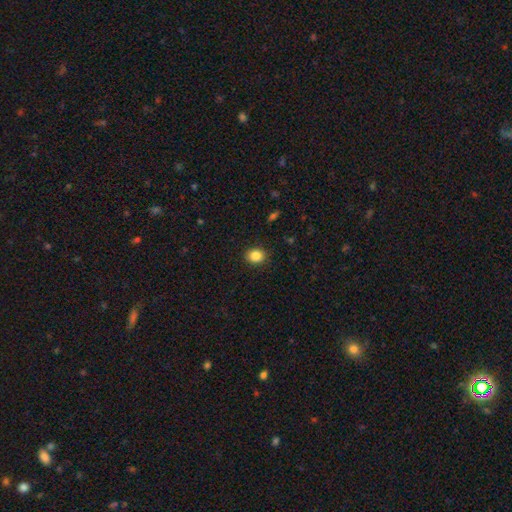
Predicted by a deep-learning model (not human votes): Smooth or featured: smooth — 85% (star or artifact — 10%)
How rounded: round — 63% (in between — 36%)
Merging: none — 90% (minor disturbance — 7%)